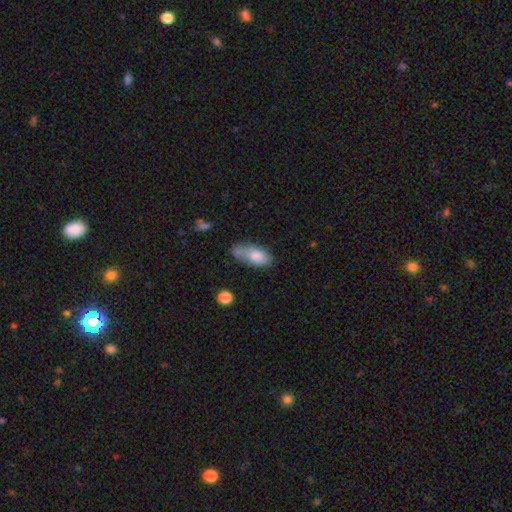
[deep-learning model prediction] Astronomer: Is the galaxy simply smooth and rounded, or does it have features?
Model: smooth — 78%.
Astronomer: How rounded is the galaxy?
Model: in between — 85%.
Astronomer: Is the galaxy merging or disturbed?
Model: none — 48% (runner-up: minor disturbance, 29%).